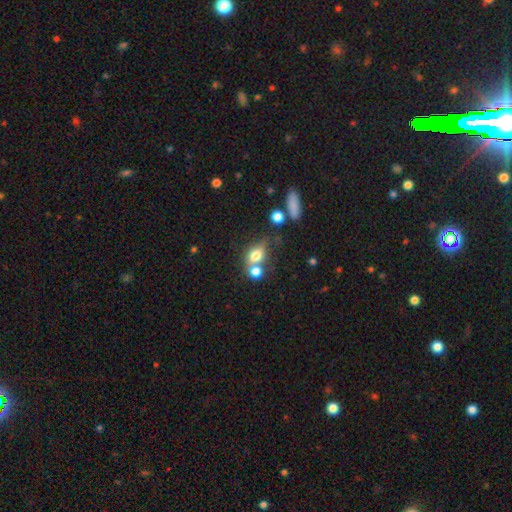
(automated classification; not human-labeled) Morphology: type=smooth (69%); roundness=in between (56%); merging=none (39%).